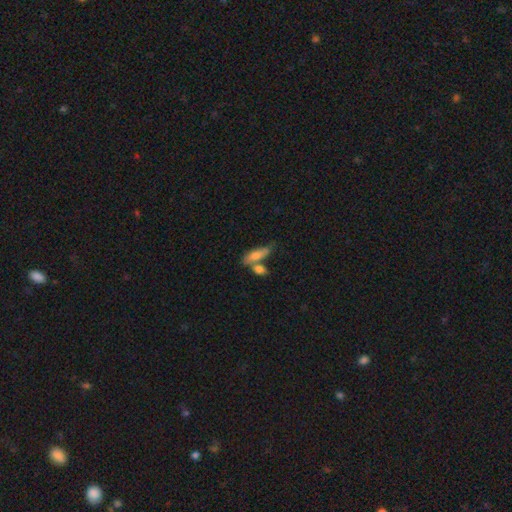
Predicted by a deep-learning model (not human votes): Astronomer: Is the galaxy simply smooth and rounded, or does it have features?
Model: smooth — 69%.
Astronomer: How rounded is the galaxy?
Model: in between — 58% (runner-up: cigar-shaped, 39%).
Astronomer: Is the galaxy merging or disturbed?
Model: none — 43% (runner-up: merger, 38%).